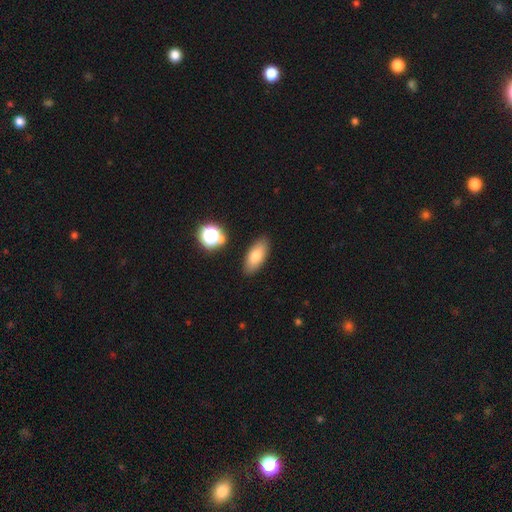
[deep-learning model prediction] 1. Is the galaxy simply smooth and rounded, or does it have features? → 76% smooth, 16% featured or disk, 9% star or artifact.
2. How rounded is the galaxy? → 84% in between, 12% cigar-shaped, 4% round.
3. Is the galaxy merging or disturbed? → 86% none, 9% minor disturbance, 3% merger, 2% major disturbance.